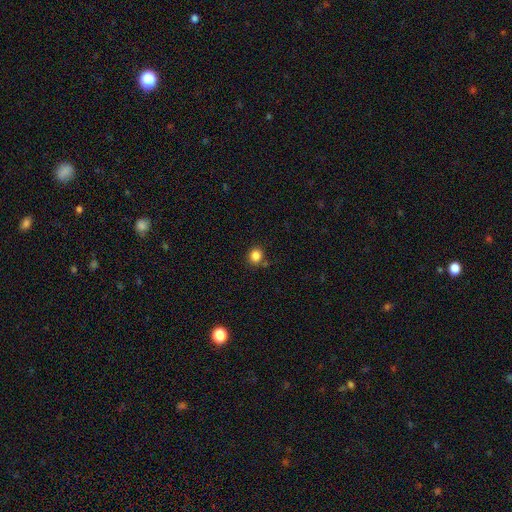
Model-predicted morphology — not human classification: This is clearly a smooth galaxy (84%). How rounded: clearly round (82%). Merging: clearly none (82%).